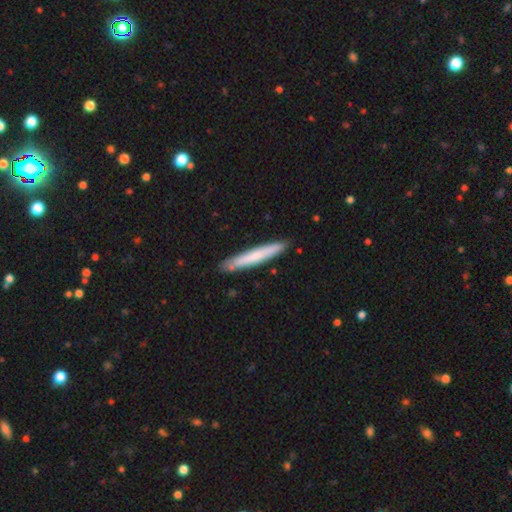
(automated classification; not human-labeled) Morphology: type=smooth (65%); roundness=cigar-shaped (95%); merging=none (87%).